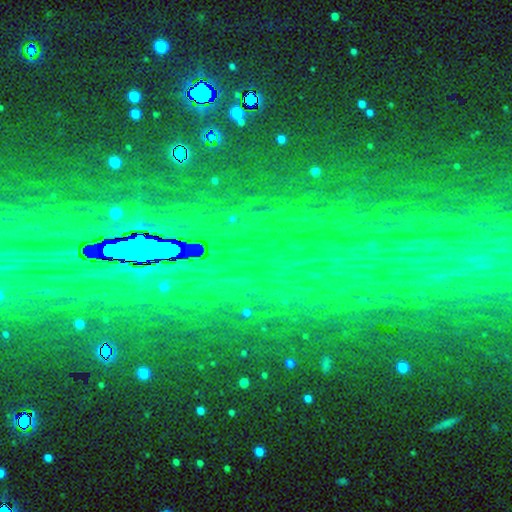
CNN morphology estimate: smooth-or-featured: star or artifact: 85% | featured or disk: 8% | smooth: 7%